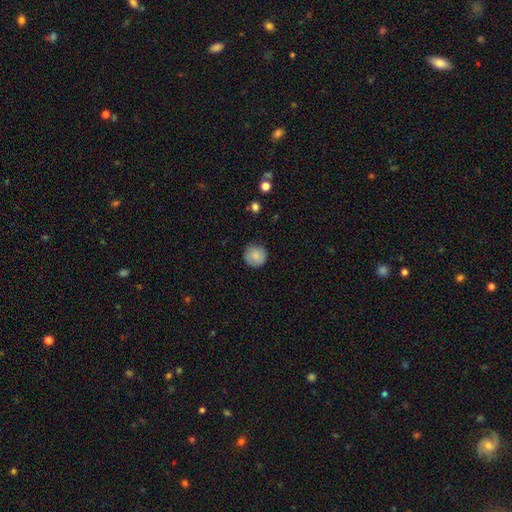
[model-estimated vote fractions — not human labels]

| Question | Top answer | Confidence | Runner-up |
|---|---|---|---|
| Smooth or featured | smooth | 83% | featured or disk (9%) |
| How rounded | round | 94% | in between (5%) |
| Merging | none | 85% | minor disturbance (12%) |